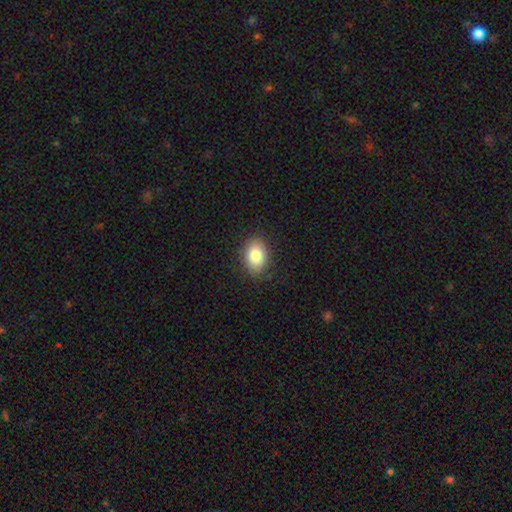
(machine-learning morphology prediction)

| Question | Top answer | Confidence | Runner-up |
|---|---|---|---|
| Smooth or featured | smooth | 85% | star or artifact (8%) |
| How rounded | in between | 80% | round (19%) |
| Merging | none | 86% | minor disturbance (10%) |